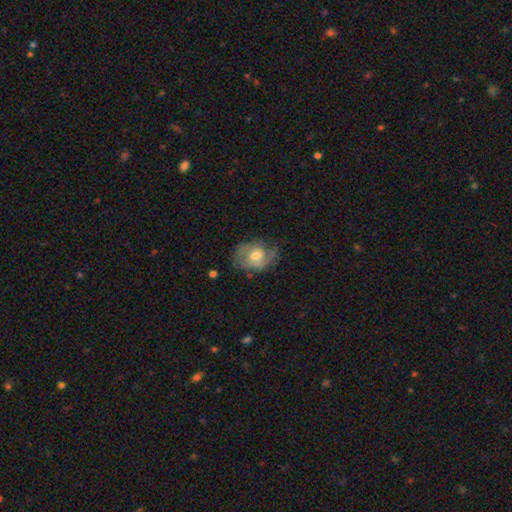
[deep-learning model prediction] Smooth or featured? Predicted: featured or disk (p=0.74). Edge-on disk? Predicted: no (p=0.97). Bar? Predicted: no (p=0.54). Spiral arms? Predicted: yes (p=0.90). Spiral winding? Predicted: medium (p=0.45). Spiral arm count? Predicted: 2 (p=0.63). Bulge size? Predicted: moderate (p=0.66). Merging? Predicted: none (p=0.65).